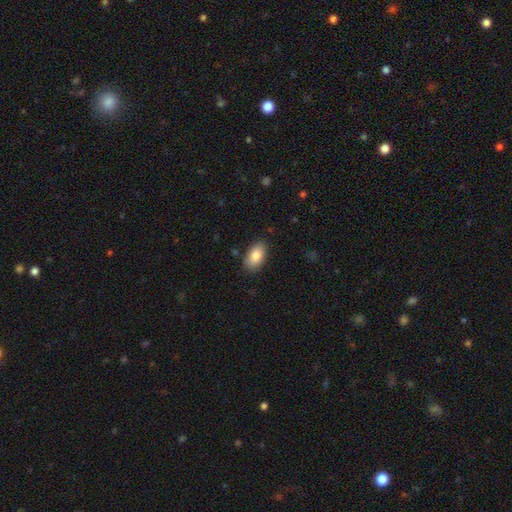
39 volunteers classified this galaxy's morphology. A smooth galaxy with no disk features (90%) that is in between round and cigar-shaped (89%). Merging: none (75%).